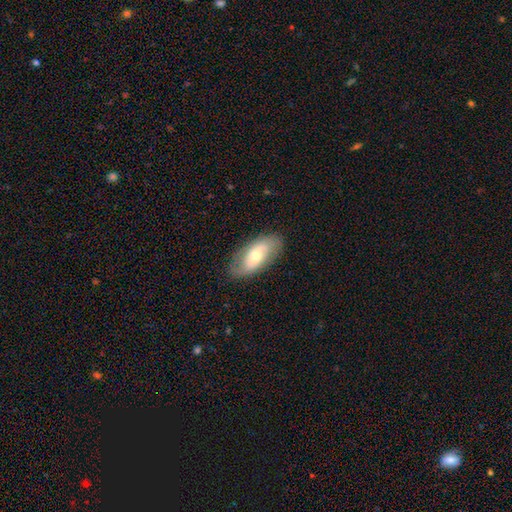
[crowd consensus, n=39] A featured or disk galaxy (54%) with no bar (58%), 2 (73%) tight (55%) spiral arms (58%) and a moderate central bulge (84%). Merging: none (80%).